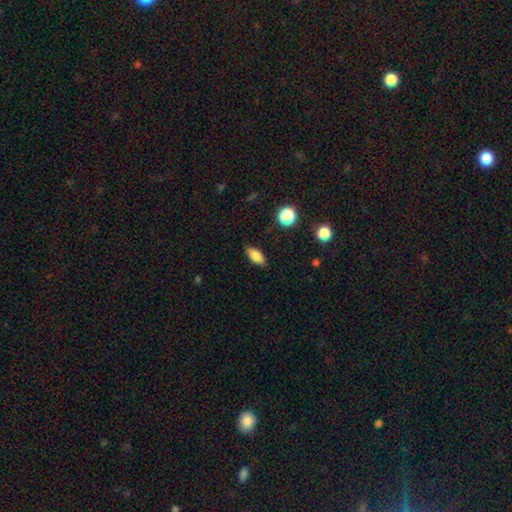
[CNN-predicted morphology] Overall: smooth (82%). How rounded: in between (84%). Merging: none (85%).